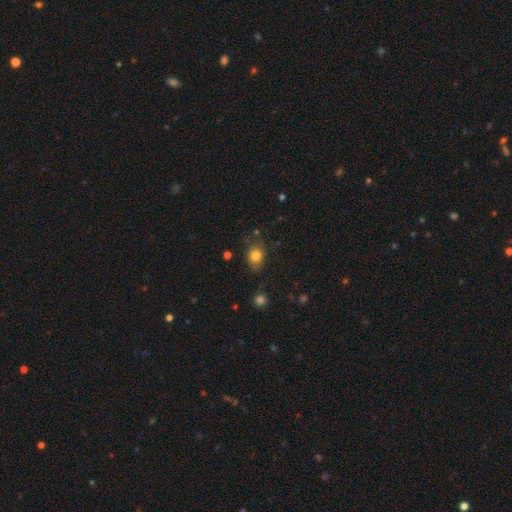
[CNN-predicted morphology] type=smooth (80%); roundness=in between (57%); merging=none (73%).